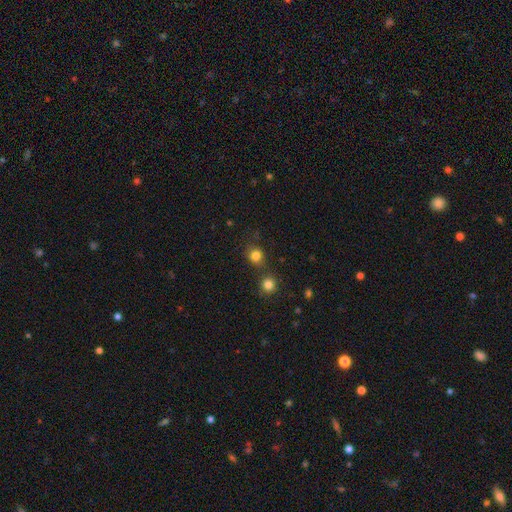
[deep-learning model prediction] A smooth galaxy with no disk features (81%) that is round (81%). Merging: none (67%).